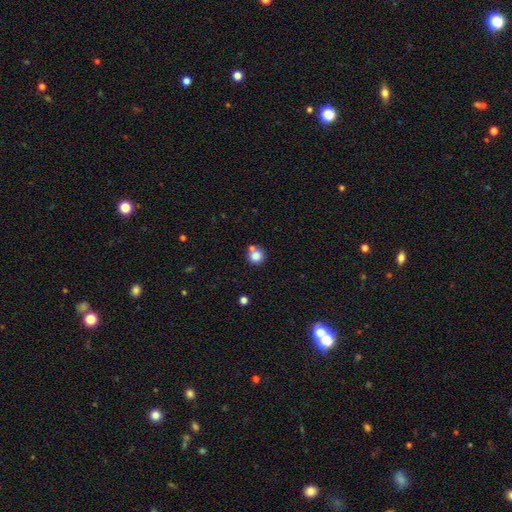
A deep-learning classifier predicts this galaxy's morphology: Smooth or featured? smooth (82%)
How rounded? round (91%)
Merging? none (64%)